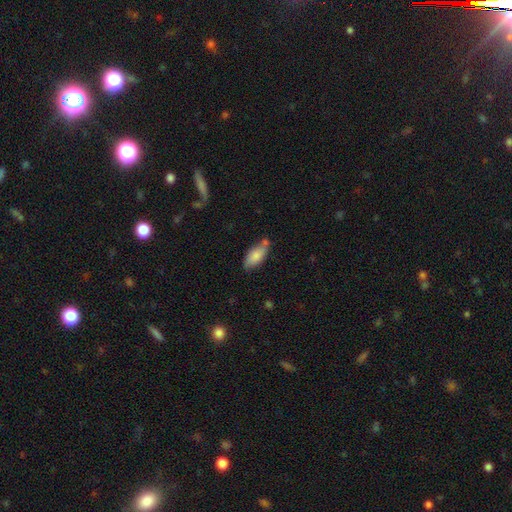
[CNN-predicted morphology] A smooth galaxy with no disk features (80%) that is in between round and cigar-shaped (83%).

Vote fractions:
- Smooth or featured? smooth: 80% / featured or disk: 14% / star or artifact: 6%
- How rounded? in between: 83% / cigar-shaped: 15% / round: 2%
- Merging? none: 64% / minor disturbance: 21% / merger: 11% / major disturbance: 4%